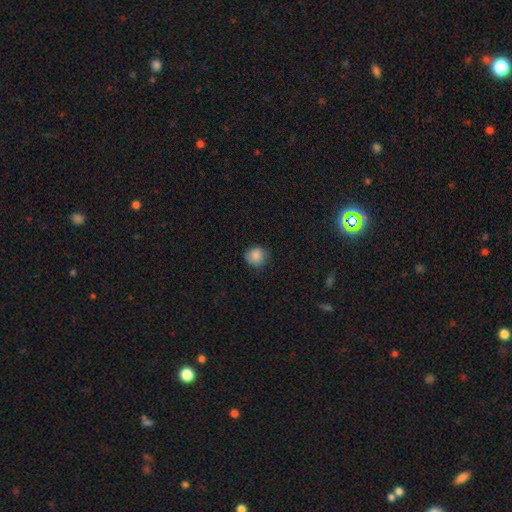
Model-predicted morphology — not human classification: Smooth or featured? smooth (86%)
How rounded? round (89%)
Merging? none (82%)